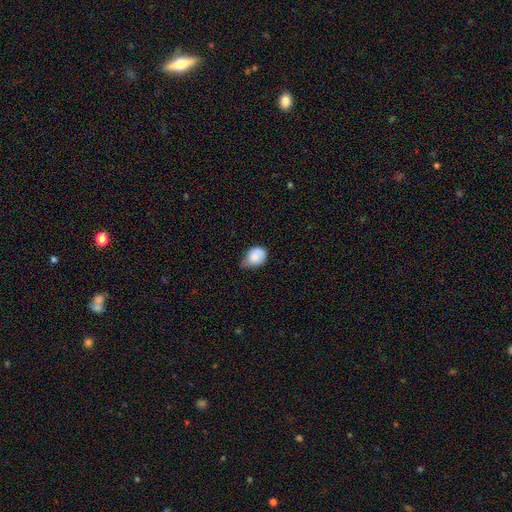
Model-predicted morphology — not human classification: This appears to be a smooth galaxy with no disk features (84%) that is in between round and cigar-shaped (58%). Merging: minor disturbance (51%).